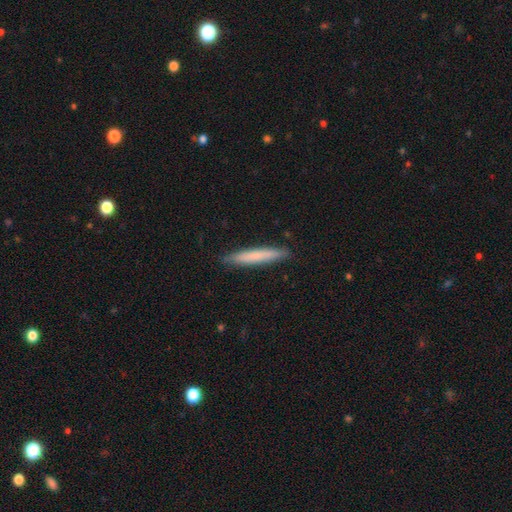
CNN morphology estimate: Overall: smooth (71%). How rounded: cigar-shaped (95%). Merging: none (90%).